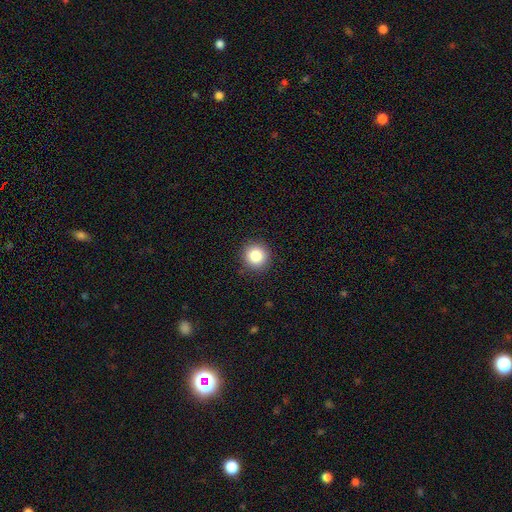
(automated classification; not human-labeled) Q: Smooth or featured?
A: smooth (84%); runner-up: star or artifact (10%)
Q: How rounded?
A: round (94%); runner-up: in between (5%)
Q: Merging?
A: none (91%); runner-up: minor disturbance (6%)